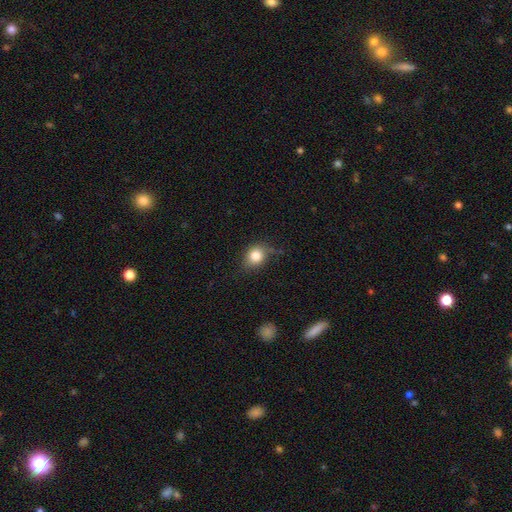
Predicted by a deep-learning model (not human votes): Smooth or featured?
  - smooth: 80% *
  - star or artifact: 10%
  - featured or disk: 9%
How rounded?
  - round: 59% *
  - in between: 40%
  - cigar-shaped: 1%
Merging?
  - none: 64% *
  - minor disturbance: 26%
  - major disturbance: 8%
  - merger: 2%